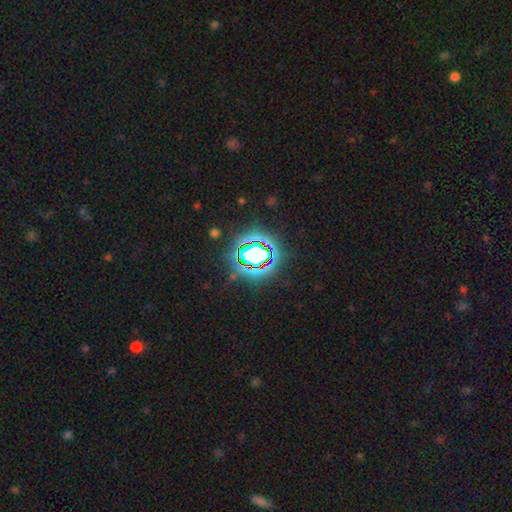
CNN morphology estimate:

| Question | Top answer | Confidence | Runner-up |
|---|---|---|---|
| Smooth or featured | star or artifact | 75% | smooth (14%) |